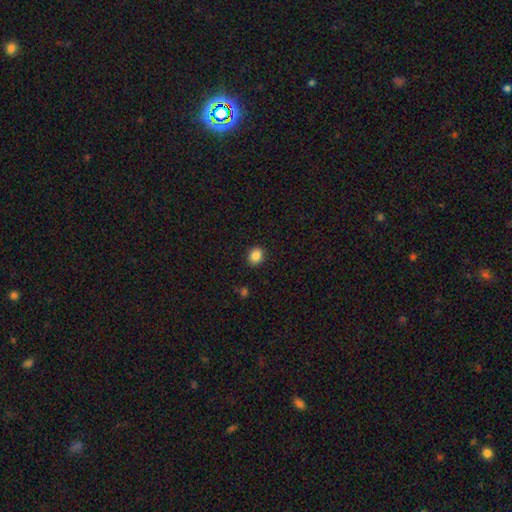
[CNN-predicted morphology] Smooth or featured: smooth — 86% (star or artifact — 10%)
How rounded: round — 61% (in between — 38%)
Merging: none — 90% (minor disturbance — 7%)